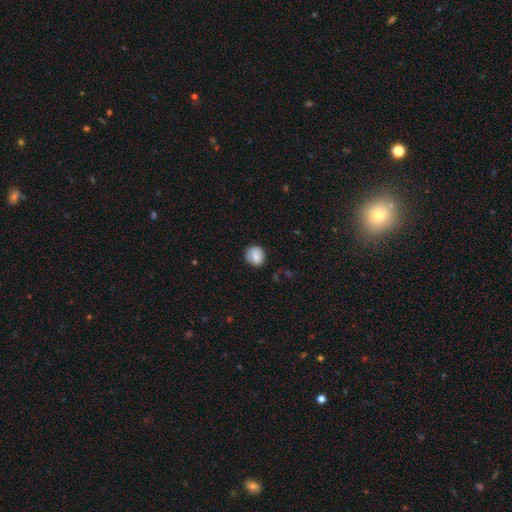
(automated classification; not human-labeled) Q: Smooth or featured?
A: smooth (83%); runner-up: featured or disk (9%)
Q: How rounded?
A: round (78%); runner-up: in between (21%)
Q: Merging?
A: none (83%); runner-up: minor disturbance (13%)